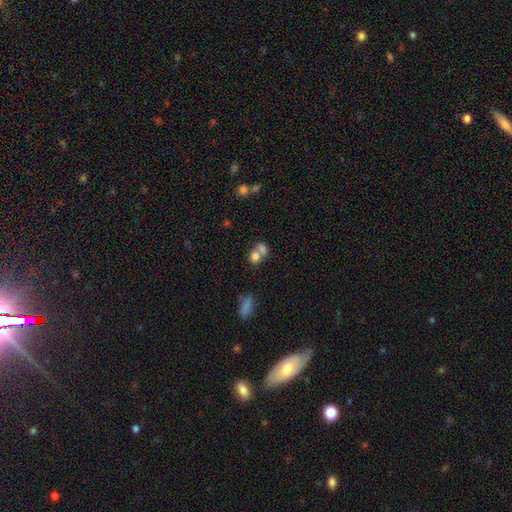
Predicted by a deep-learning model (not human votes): Smooth or featured? Predicted: smooth (p=0.75). How rounded? Predicted: round (p=0.54). Merging? Predicted: merger (p=0.62).